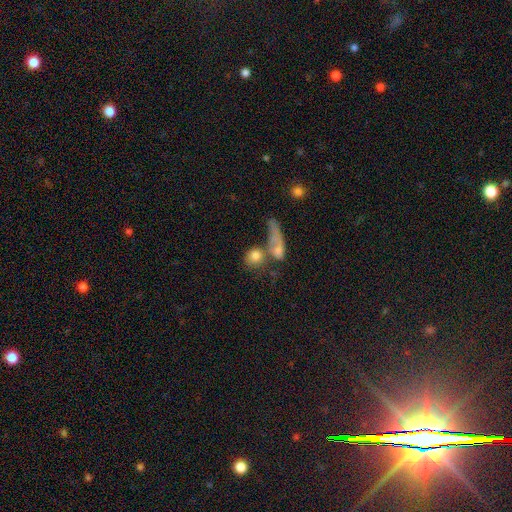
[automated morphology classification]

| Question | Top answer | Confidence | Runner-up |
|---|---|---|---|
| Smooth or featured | smooth | 76% | featured or disk (15%) |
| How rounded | round | 77% | in between (18%) |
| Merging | none | 40% | merger (39%) |